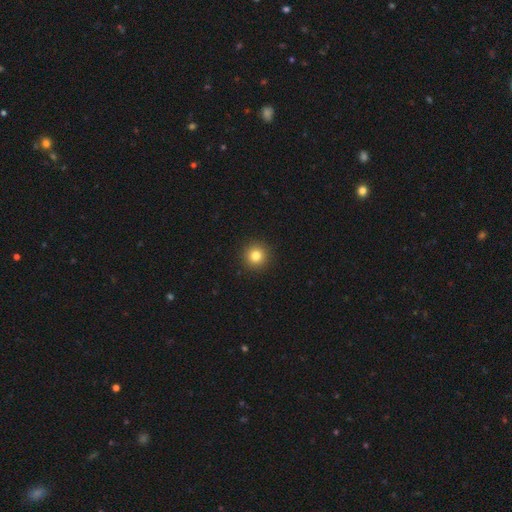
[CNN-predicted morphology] Smooth or featured: smooth — 82% (star or artifact — 12%)
How rounded: round — 95% (in between — 4%)
Merging: none — 93% (minor disturbance — 4%)